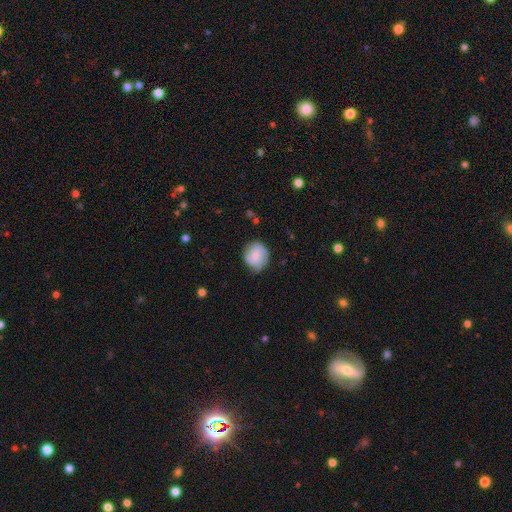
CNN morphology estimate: Smooth or featured?
  - smooth: 53% *
  - featured or disk: 40%
  - star or artifact: 7%
How rounded?
  - round: 82% *
  - in between: 17%
  - cigar-shaped: 1%
Merging?
  - none: 74% *
  - minor disturbance: 19%
  - major disturbance: 5%
  - merger: 1%